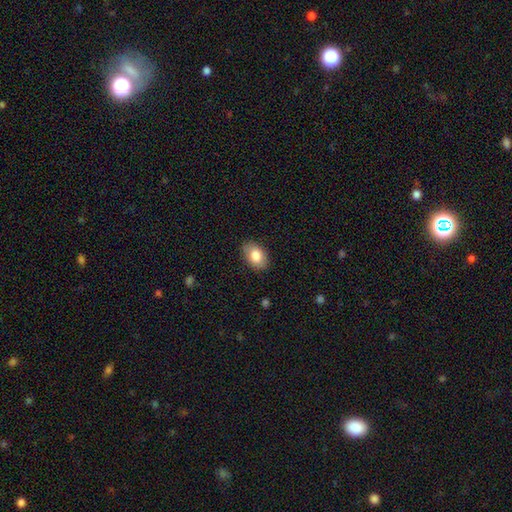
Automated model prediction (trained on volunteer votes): A smooth galaxy with no disk features (82%) that is in between round and cigar-shaped (86%).

Vote fractions:
- Smooth or featured? smooth: 82% / featured or disk: 11% / star or artifact: 7%
- How rounded? in between: 86% / round: 13% / cigar-shaped: 1%
- Merging? none: 86% / minor disturbance: 11% / major disturbance: 2% / merger: 1%